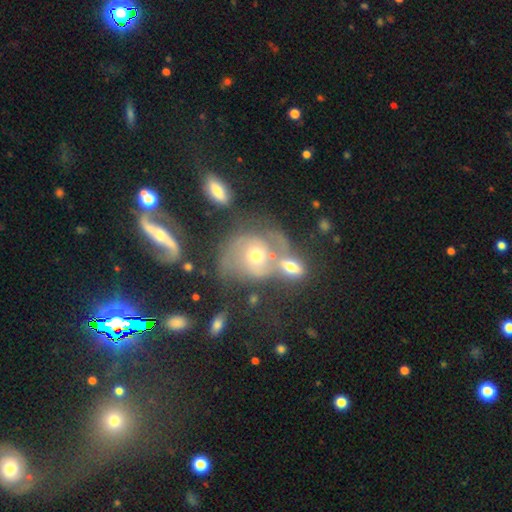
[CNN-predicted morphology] This appears to be a featured or disk galaxy (67%) with no bar (66%), 2 (69%) medium (44%) spiral arms (84%) and a moderate central bulge (67%). Merging: merger (40%).